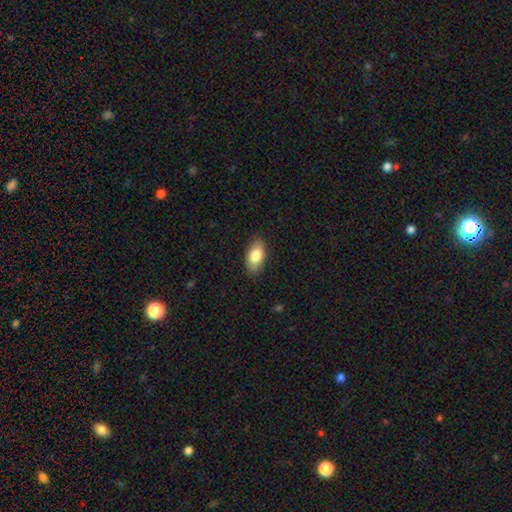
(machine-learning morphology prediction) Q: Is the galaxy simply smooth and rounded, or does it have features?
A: smooth — 82%.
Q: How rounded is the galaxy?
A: in between — 92%.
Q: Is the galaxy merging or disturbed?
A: none — 87%.